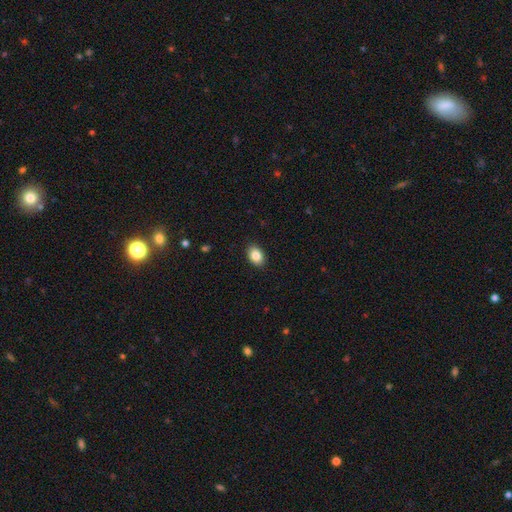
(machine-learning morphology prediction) The model was most divided on "how rounded": in between: 80%, round: 19%, cigar-shaped: 1%. More confident: merging — none (90%); smooth or featured — smooth (85%).